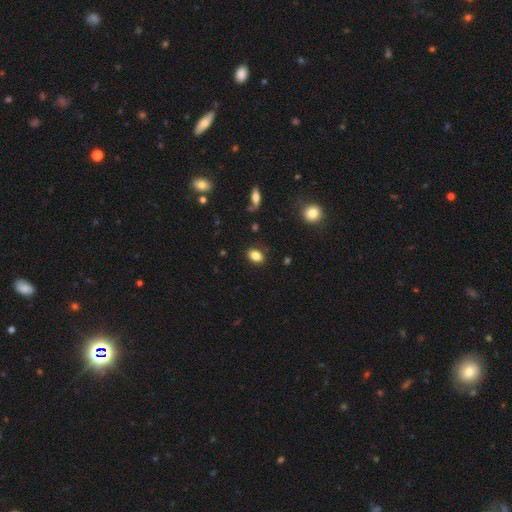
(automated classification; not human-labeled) Overall: smooth (84%). How rounded: in between (80%). Merging: none (86%).